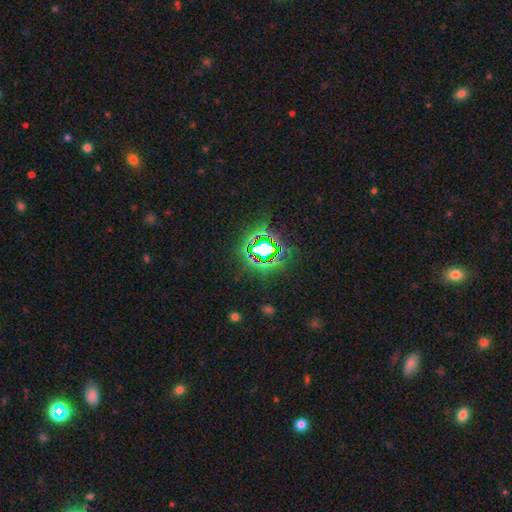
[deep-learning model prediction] A star or artifact, not a galaxy (81%).